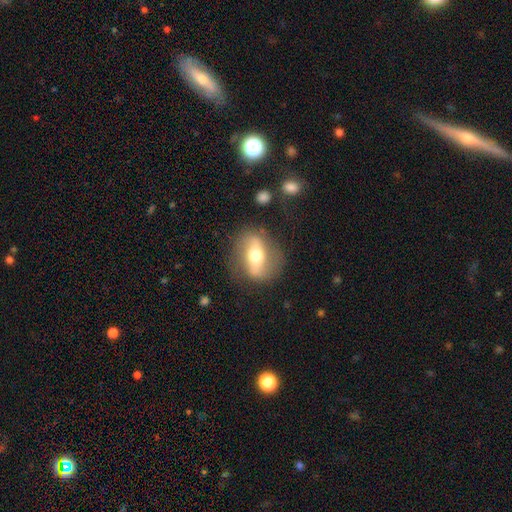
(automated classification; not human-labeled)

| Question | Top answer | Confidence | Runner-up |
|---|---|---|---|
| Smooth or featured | featured or disk | 63% | smooth (30%) |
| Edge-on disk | no | 81% | yes (19%) |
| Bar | strong | 58% | weak (24%) |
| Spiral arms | yes | 57% | no (43%) |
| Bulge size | moderate | 66% | large (20%) |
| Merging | none | 76% | minor disturbance (14%) |